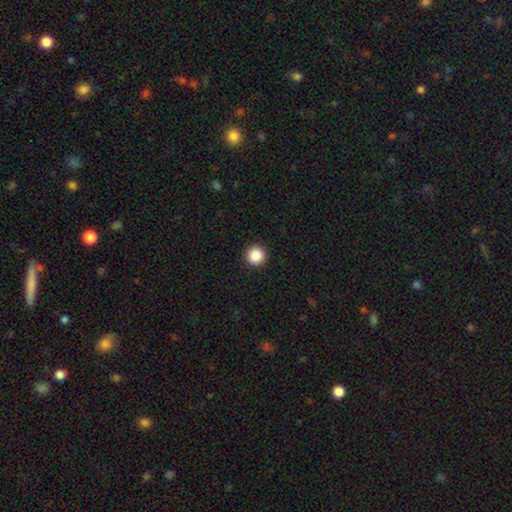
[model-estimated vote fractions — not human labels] Morphology: type=smooth (88%); roundness=round (96%); merging=none (93%).